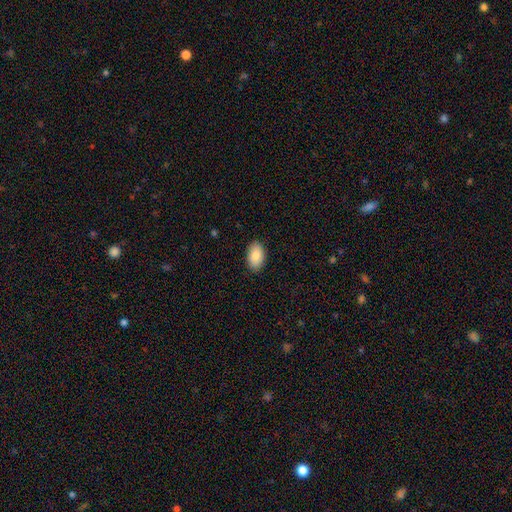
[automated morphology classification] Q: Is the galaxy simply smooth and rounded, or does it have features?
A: smooth — 89%.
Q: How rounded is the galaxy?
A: in between — 94%.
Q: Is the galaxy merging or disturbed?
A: none — 89%.